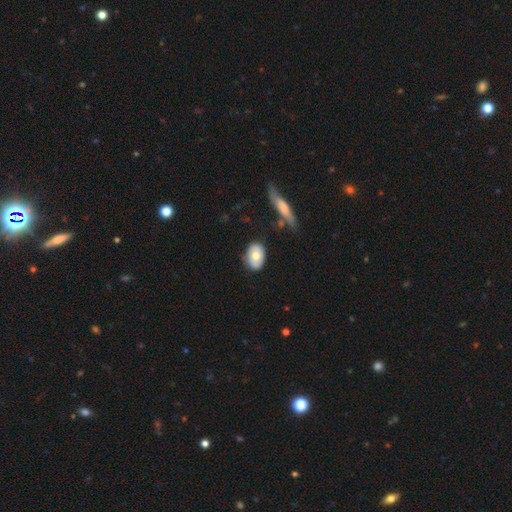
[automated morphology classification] smooth 63%, featured or disk 31%, star or artifact 6%. Down the decision tree: how rounded — in between (77%); merging — none (77%).